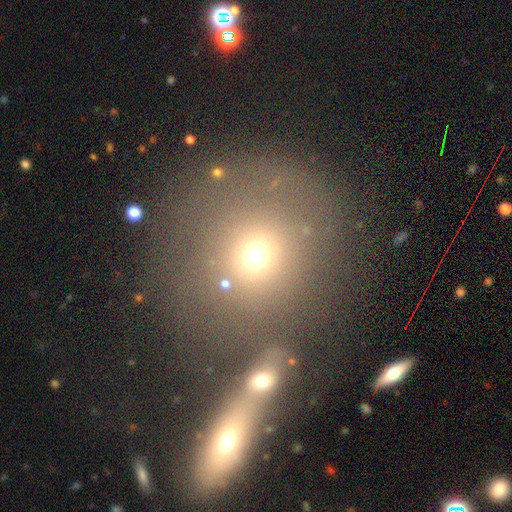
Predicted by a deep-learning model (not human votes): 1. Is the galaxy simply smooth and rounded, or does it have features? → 66% smooth, 24% star or artifact, 10% featured or disk.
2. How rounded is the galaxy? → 85% round, 13% in between, 2% cigar-shaped.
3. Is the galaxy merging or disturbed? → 71% none, 11% minor disturbance, 10% merger, 8% major disturbance.